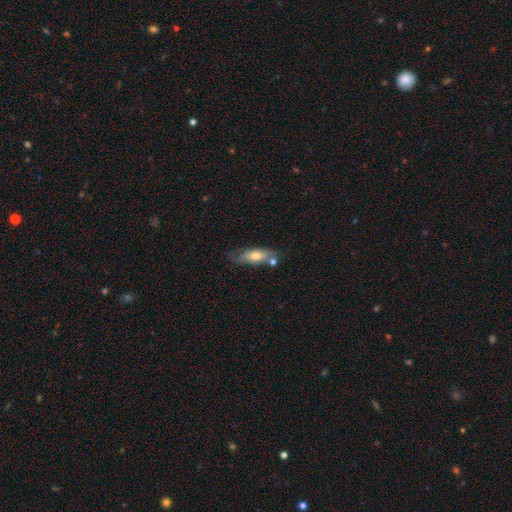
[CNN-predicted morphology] A smooth galaxy with no disk features (54%) that is in between round and cigar-shaped (64%).

Vote fractions:
- Smooth or featured? smooth: 54% / featured or disk: 39% / star or artifact: 7%
- How rounded? in between: 64% / cigar-shaped: 33% / round: 3%
- Merging? none: 56% / minor disturbance: 25% / merger: 11% / major disturbance: 9%